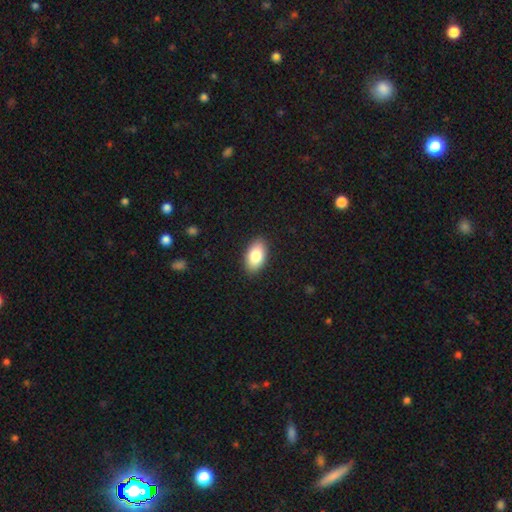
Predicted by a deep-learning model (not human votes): This is clearly a smooth galaxy (84%). How rounded: clearly in between (94%). Merging: clearly none (89%).